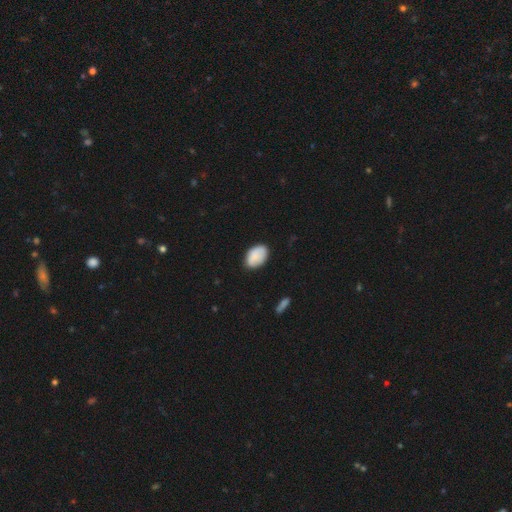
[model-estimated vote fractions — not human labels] Overall: smooth (86%). How rounded: in between (90%). Merging: none (80%).